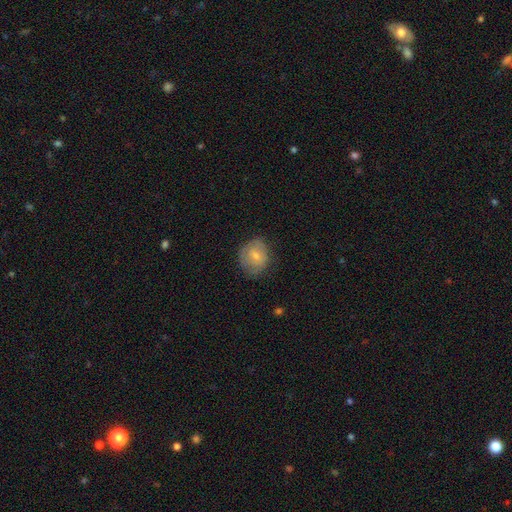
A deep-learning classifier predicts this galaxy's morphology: The model was most divided on "merging": none: 63%, minor disturbance: 27%, major disturbance: 9%, merger: 1%. More confident: how rounded — round (71%); smooth or featured — smooth (66%).